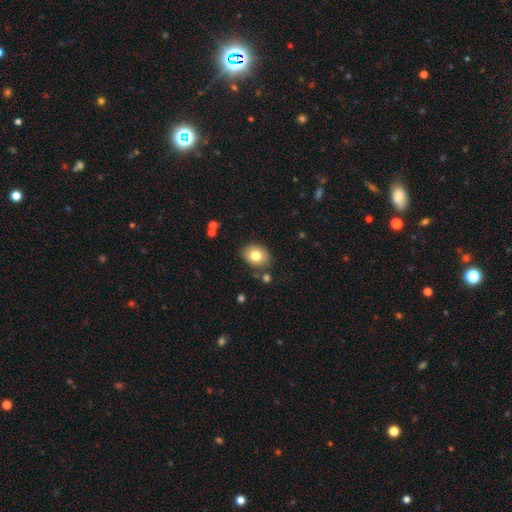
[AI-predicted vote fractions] A smooth galaxy with no disk features (79%) that is in between round and cigar-shaped (57%).

Vote fractions:
- Smooth or featured? smooth: 79% / featured or disk: 12% / star or artifact: 9%
- How rounded? in between: 57% / round: 42% / cigar-shaped: 1%
- Merging? none: 81% / minor disturbance: 12% / merger: 4% / major disturbance: 3%